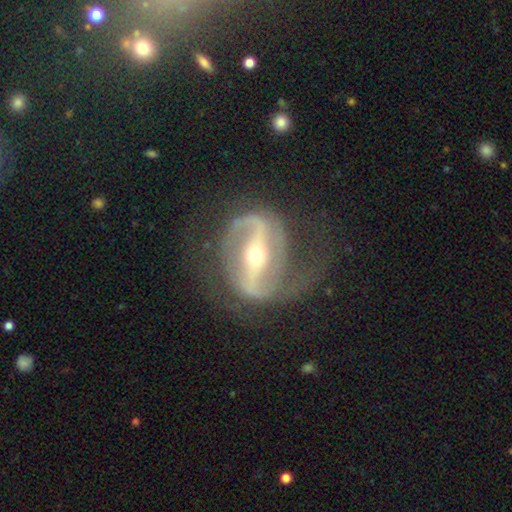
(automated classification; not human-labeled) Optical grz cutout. It shows a featured or disk galaxy (90%) with a strong bar (72%), 2 (88%) medium (49%) spiral arms (95%) and a small central bulge (51%). Merging: none (66%).